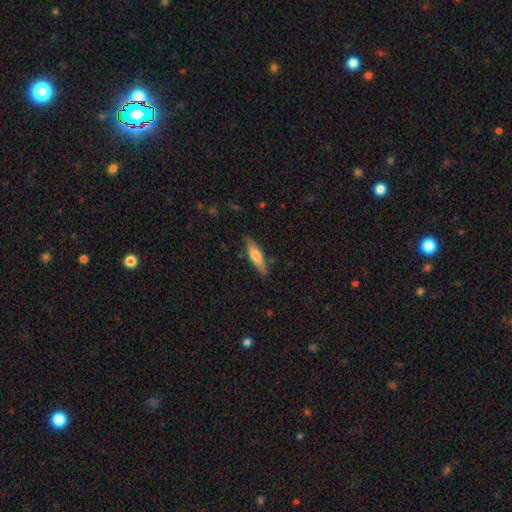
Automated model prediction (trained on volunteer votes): A smooth galaxy with no disk features (66%) that is cigar-shaped (69%).

Vote fractions:
- Smooth or featured? smooth: 66% / featured or disk: 28% / star or artifact: 6%
- How rounded? cigar-shaped: 69% / in between: 29% / round: 2%
- Merging? none: 83% / minor disturbance: 13% / major disturbance: 2% / merger: 2%